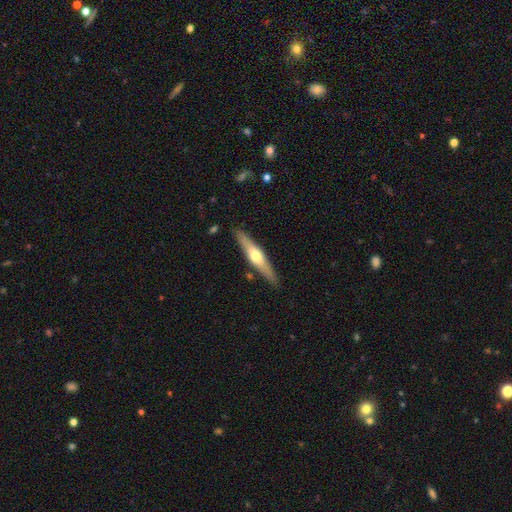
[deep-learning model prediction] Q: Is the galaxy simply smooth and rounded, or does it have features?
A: featured or disk — 60%.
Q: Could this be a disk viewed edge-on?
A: yes — 95%.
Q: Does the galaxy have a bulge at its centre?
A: rounded — 91%.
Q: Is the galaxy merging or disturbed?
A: none — 88%.